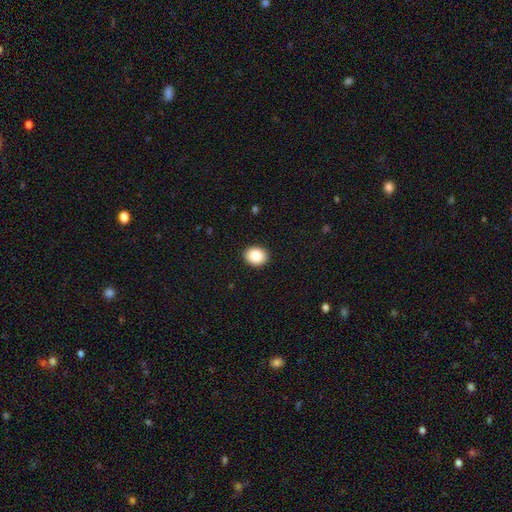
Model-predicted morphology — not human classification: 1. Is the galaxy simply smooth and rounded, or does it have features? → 86% smooth, 8% star or artifact, 6% featured or disk.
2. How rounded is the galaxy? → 55% round, 44% in between, 1% cigar-shaped.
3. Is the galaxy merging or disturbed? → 92% none, 6% minor disturbance, 2% major disturbance, 1% merger.